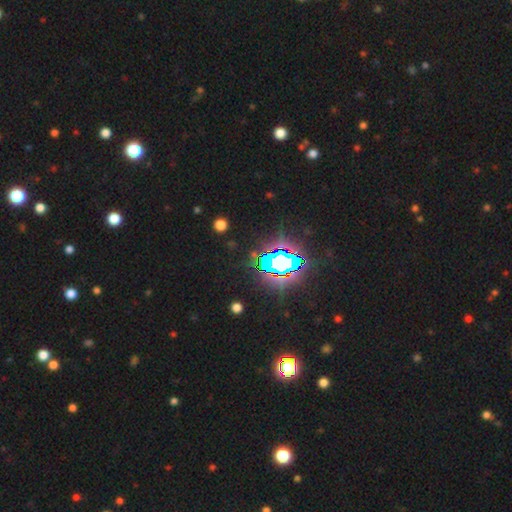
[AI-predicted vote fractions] smooth-or-featured: star or artifact: 74% | smooth: 14% | featured or disk: 12%